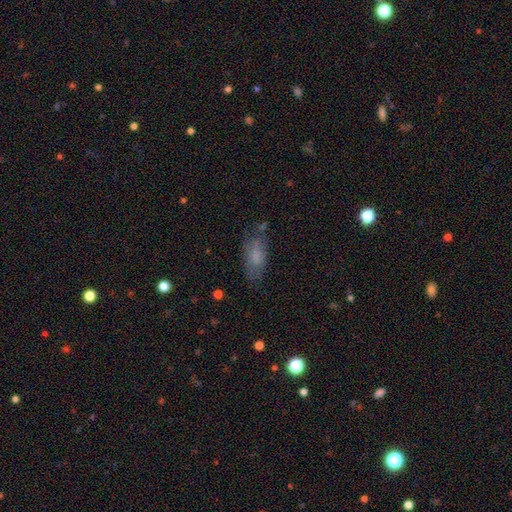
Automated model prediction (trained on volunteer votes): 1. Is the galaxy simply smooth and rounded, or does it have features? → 68% smooth, 22% featured or disk, 10% star or artifact.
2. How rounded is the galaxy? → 79% in between, 18% cigar-shaped, 3% round.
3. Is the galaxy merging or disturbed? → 65% none, 22% minor disturbance, 9% major disturbance, 3% merger.